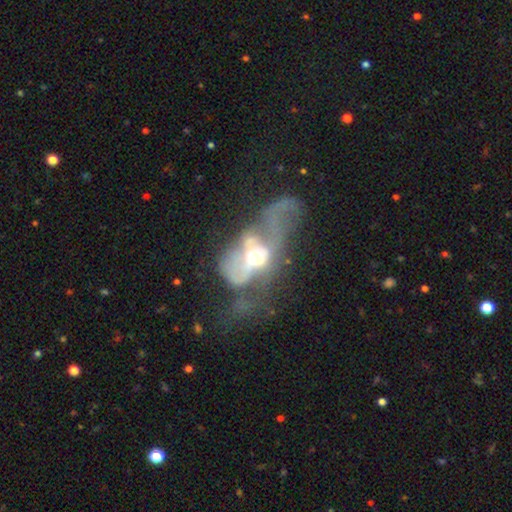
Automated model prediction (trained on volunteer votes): Smooth or featured: featured or disk — 62% (smooth — 27%)
Edge-on disk: no — 92% (yes — 8%)
Bar: no — 72% (weak — 19%)
Spiral arms: no — 65% (yes — 35%)
Bulge size: moderate — 62% (large — 25%)
Merging: major disturbance — 67% (merger — 13%)